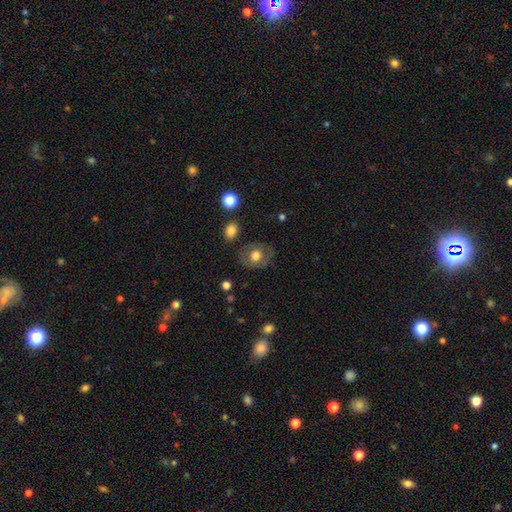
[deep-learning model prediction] Morphology: type=smooth (65%); roundness=round (57%); merging=none (77%).